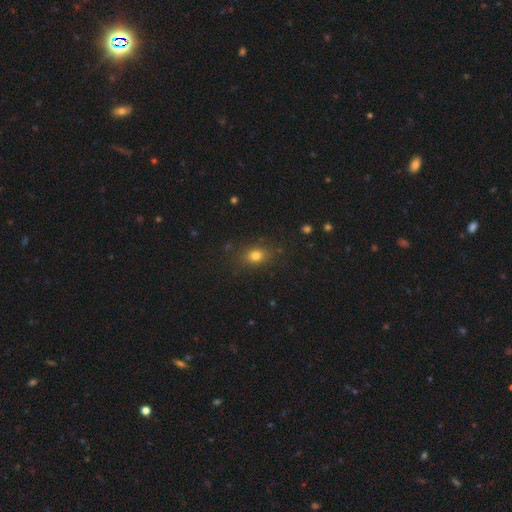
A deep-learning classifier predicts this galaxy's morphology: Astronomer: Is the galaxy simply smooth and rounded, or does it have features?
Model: smooth — 78%.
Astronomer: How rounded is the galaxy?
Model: in between — 61% (runner-up: round, 37%).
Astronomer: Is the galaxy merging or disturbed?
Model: none — 83%.